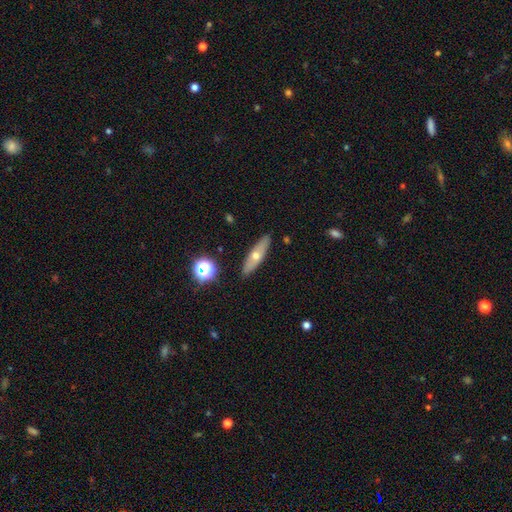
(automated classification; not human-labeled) Smooth or featured?
  - smooth: 51% *
  - featured or disk: 41%
  - star or artifact: 8%
How rounded?
  - cigar-shaped: 63% *
  - in between: 33%
  - round: 4%
Merging?
  - none: 88% *
  - minor disturbance: 8%
  - major disturbance: 2%
  - merger: 1%